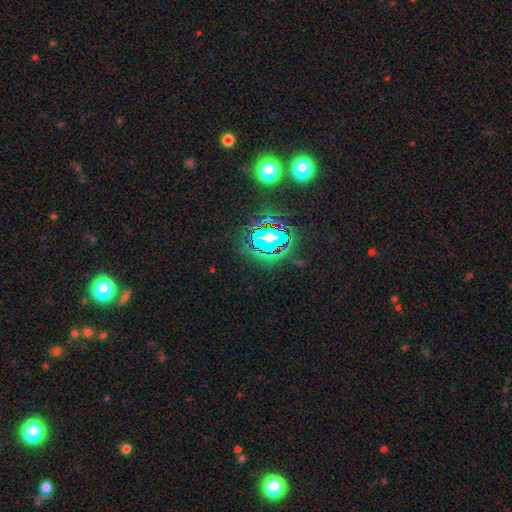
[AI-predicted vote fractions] Overall: star or artifact (80%).